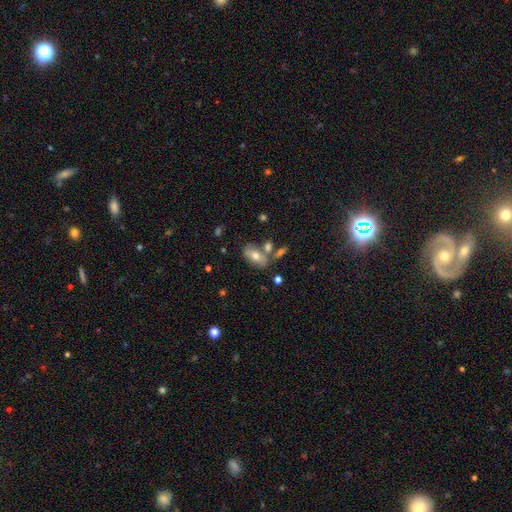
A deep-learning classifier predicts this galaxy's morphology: smooth_or_featured: smooth (p=0.65) [alt: featured or disk p=0.27]
how_rounded: in between (p=0.89) [alt: round p=0.07]
merging: none (p=0.59) [alt: merger p=0.21]